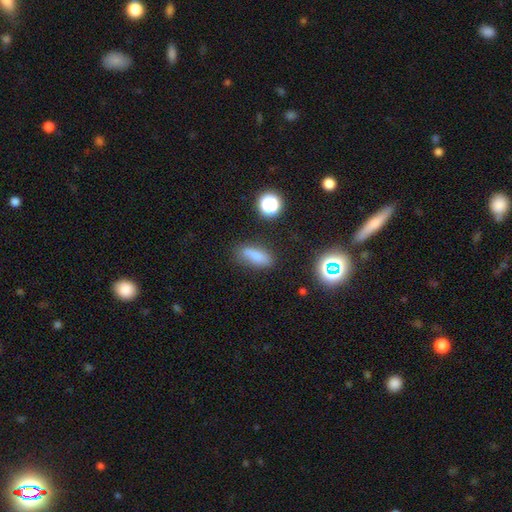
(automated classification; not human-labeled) smooth_or_featured: smooth (p=0.74) [alt: featured or disk p=0.13]
how_rounded: in between (p=0.61) [alt: cigar-shaped p=0.33]
merging: none (p=0.72) [alt: minor disturbance p=0.18]